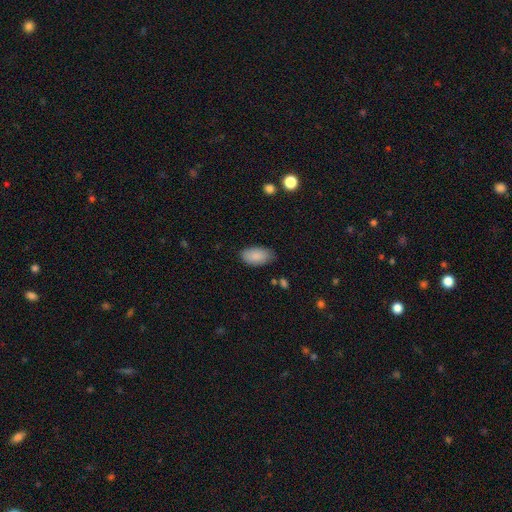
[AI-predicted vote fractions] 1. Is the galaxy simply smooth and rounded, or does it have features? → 88% smooth, 6% star or artifact, 6% featured or disk.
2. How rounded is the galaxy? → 95% in between, 3% round, 2% cigar-shaped.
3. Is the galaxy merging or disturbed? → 80% none, 16% minor disturbance, 3% major disturbance, 1% merger.